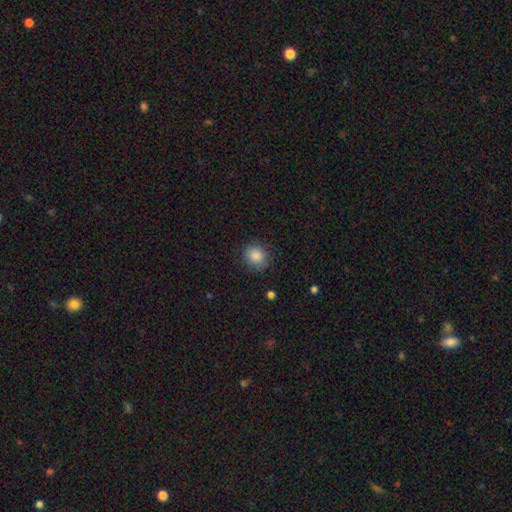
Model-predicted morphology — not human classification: The model was most divided on "how rounded": round: 77%, in between: 22%, cigar-shaped: 1%. More confident: smooth or featured — smooth (87%); merging — none (85%).